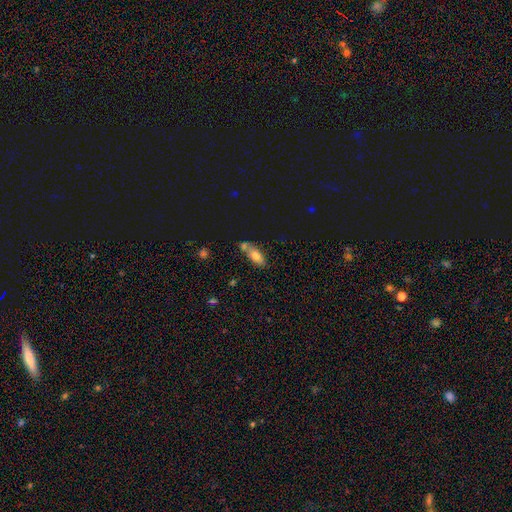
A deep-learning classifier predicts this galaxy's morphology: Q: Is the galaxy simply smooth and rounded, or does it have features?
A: smooth — 72%.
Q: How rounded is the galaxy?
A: in between — 82%.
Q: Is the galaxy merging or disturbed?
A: none — 52%.